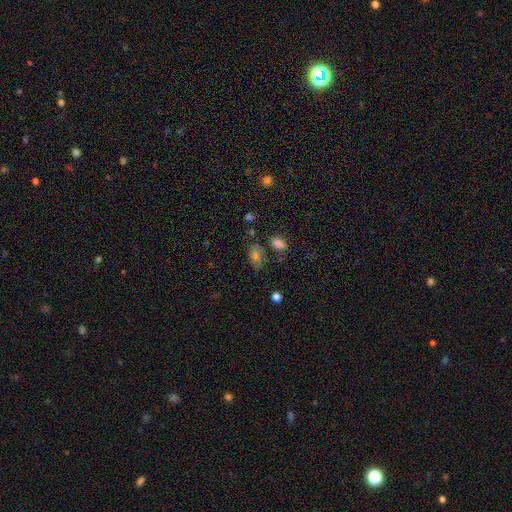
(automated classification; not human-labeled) Smooth or featured? Predicted: smooth (p=0.59). How rounded? Predicted: in between (p=0.85). Merging? Predicted: none (p=0.58).